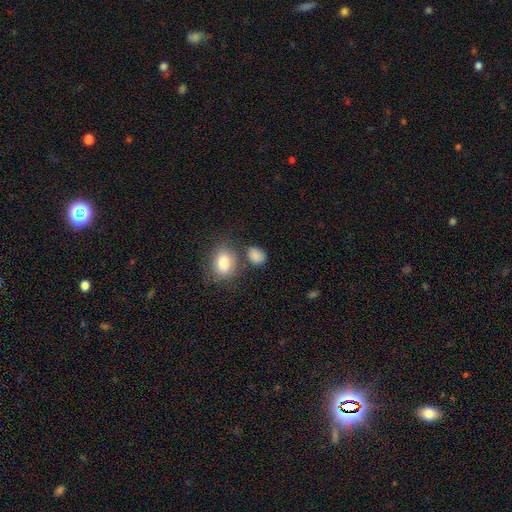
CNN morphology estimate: Smooth or featured?
  - smooth: 85% *
  - star or artifact: 10%
  - featured or disk: 6%
How rounded?
  - in between: 60% *
  - round: 39%
  - cigar-shaped: 2%
Merging?
  - none: 65% *
  - minor disturbance: 15%
  - merger: 14%
  - major disturbance: 5%